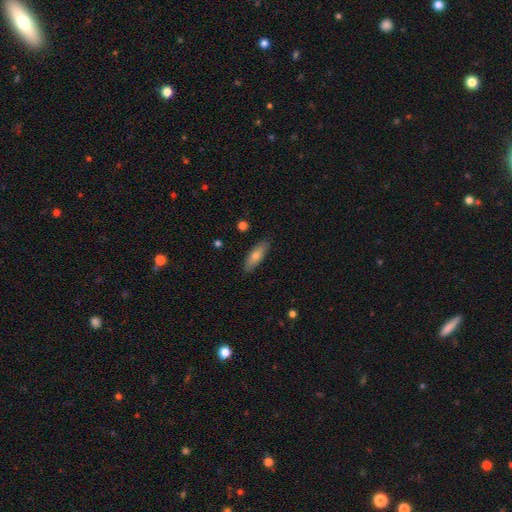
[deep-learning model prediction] Smooth or featured?
  - smooth: 72% *
  - featured or disk: 22%
  - star or artifact: 7%
How rounded?
  - in between: 54% *
  - cigar-shaped: 44%
  - round: 2%
Merging?
  - none: 88% *
  - minor disturbance: 9%
  - major disturbance: 2%
  - merger: 1%